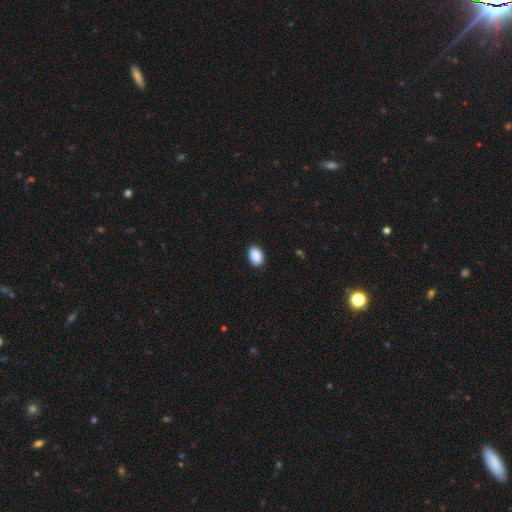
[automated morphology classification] smooth_or_featured: smooth (p=0.90) [alt: star or artifact p=0.07]
how_rounded: in between (p=0.83) [alt: round p=0.16]
merging: none (p=0.89) [alt: minor disturbance p=0.08]